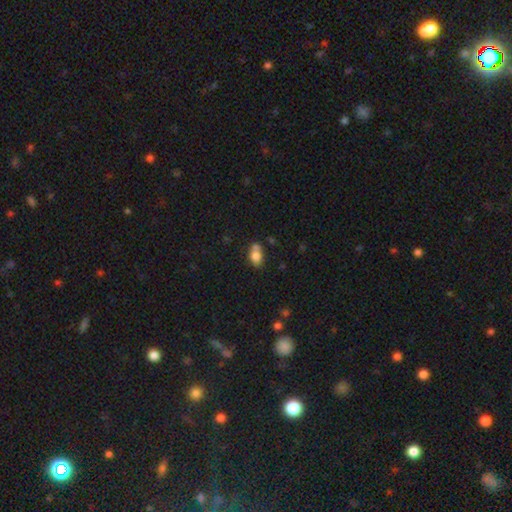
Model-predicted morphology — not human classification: Smooth or featured?
  - smooth: 78% *
  - featured or disk: 12%
  - star or artifact: 9%
How rounded?
  - in between: 81% *
  - round: 16%
  - cigar-shaped: 3%
Merging?
  - none: 46% *
  - merger: 27%
  - minor disturbance: 21%
  - major disturbance: 6%